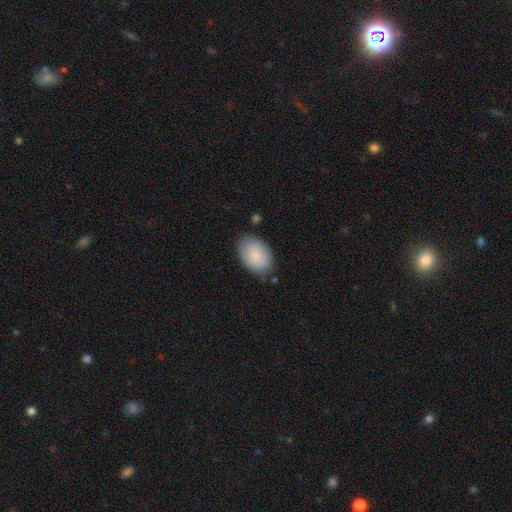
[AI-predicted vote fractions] Smooth or featured? smooth (86%)
How rounded? in between (89%)
Merging? none (77%)